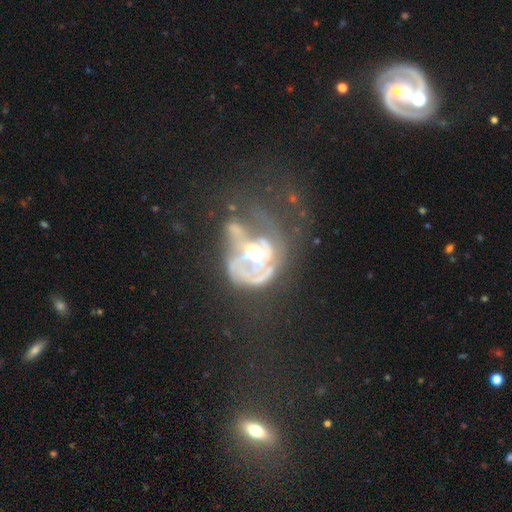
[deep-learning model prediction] smooth-or-featured: featured or disk: 73% | smooth: 13% | star or artifact: 13%
  disk-edge-on: no: 97% | yes: 3%
    bar: no: 69% | weak: 22% | strong: 9%
    has-spiral-arms: yes: 52% | no: 48%
    bulge-size: moderate: 59% | small: 21% | large: 10% | none: 8% | dominant: 2%
  merging: major disturbance: 40% | merger: 30% | none: 18% | minor disturbance: 11%